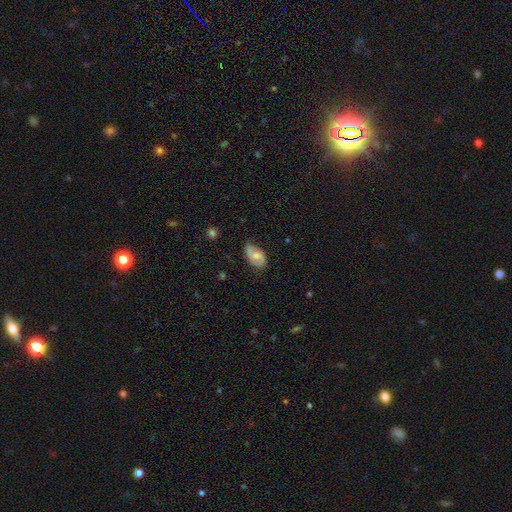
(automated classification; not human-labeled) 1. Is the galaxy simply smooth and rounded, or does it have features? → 49% featured or disk, 43% smooth, 8% star or artifact.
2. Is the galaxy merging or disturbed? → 62% none, 28% minor disturbance, 8% major disturbance, 2% merger.